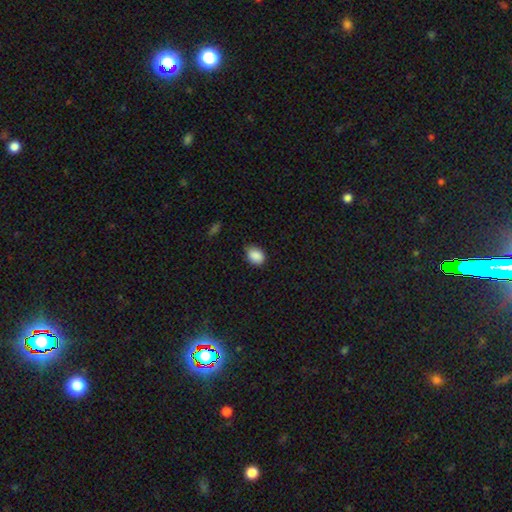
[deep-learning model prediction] Smooth or featured: smooth — 89% (star or artifact — 8%)
How rounded: in between — 71% (round — 28%)
Merging: none — 73% (minor disturbance — 22%)